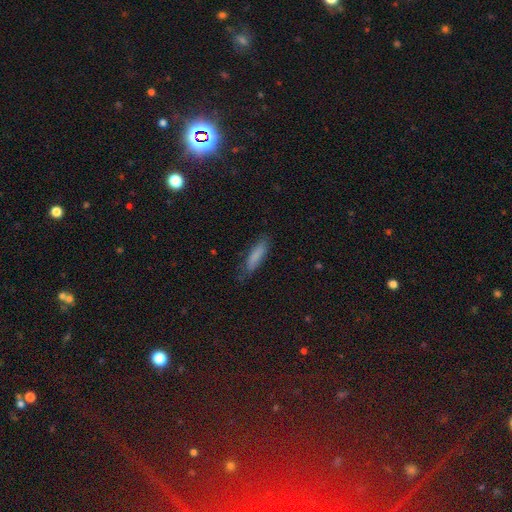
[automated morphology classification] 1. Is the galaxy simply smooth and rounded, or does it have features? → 81% smooth, 12% featured or disk, 8% star or artifact.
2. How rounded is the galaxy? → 70% cigar-shaped, 28% in between, 2% round.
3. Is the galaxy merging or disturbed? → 77% none, 18% minor disturbance, 4% major disturbance, 1% merger.